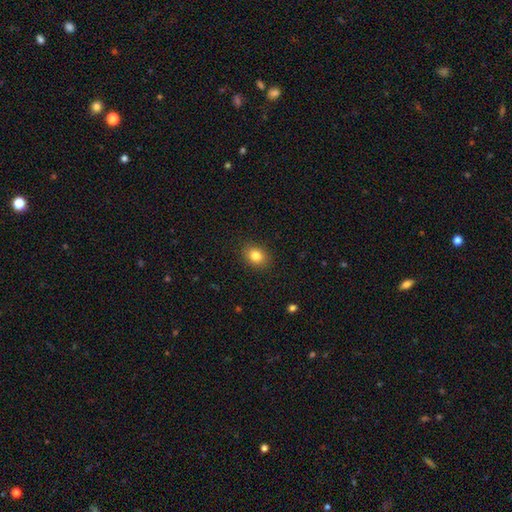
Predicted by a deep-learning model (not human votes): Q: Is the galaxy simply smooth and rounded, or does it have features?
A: smooth — 82%.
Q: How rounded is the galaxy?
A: in between — 59%.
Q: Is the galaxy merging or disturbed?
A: none — 89%.